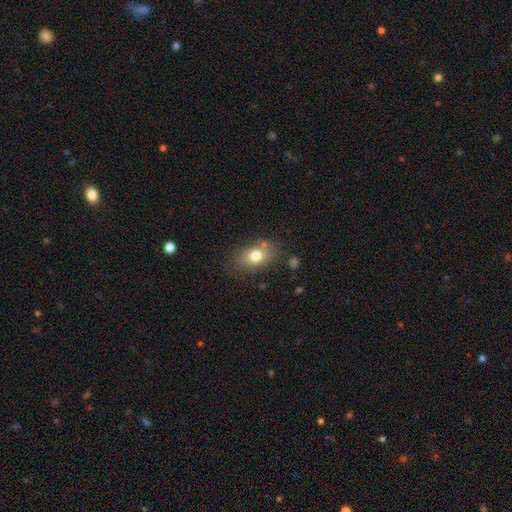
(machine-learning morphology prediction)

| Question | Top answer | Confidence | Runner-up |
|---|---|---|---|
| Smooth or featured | smooth | 76% | featured or disk (14%) |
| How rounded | in between | 77% | round (21%) |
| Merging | none | 71% | minor disturbance (17%) |